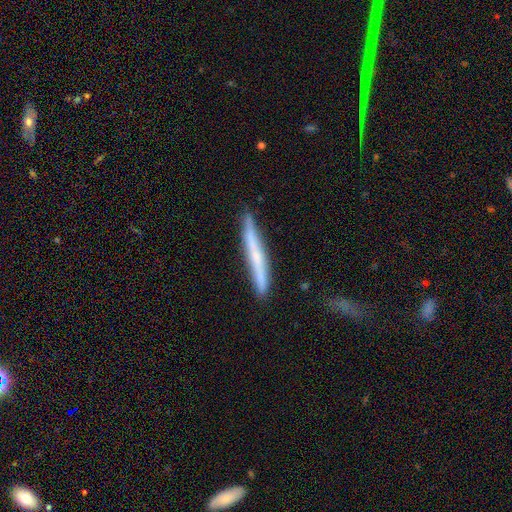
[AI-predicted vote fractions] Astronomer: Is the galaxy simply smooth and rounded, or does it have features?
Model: smooth — 49% (runner-up: featured or disk, 45%).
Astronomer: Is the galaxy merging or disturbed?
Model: none — 86%.